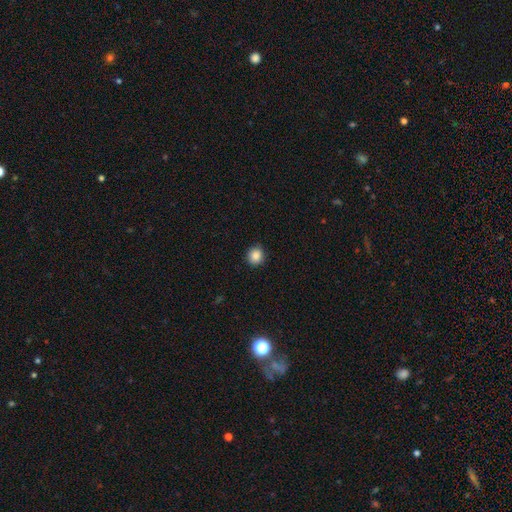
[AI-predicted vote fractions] A smooth galaxy with no disk features (87%) that is round (89%). Merging: none (90%).